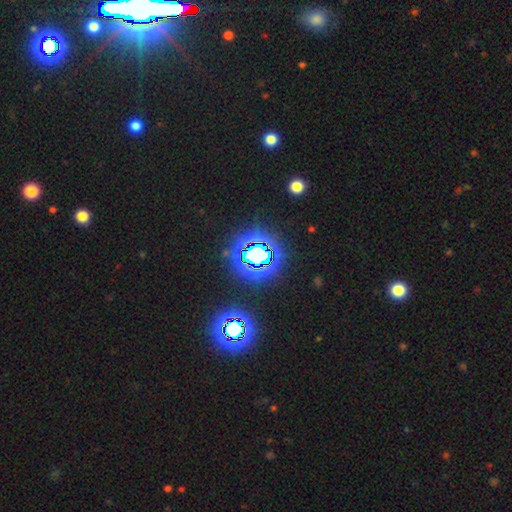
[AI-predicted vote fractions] The model was most divided on "smooth or featured": star or artifact: 72%, smooth: 18%, featured or disk: 10%.